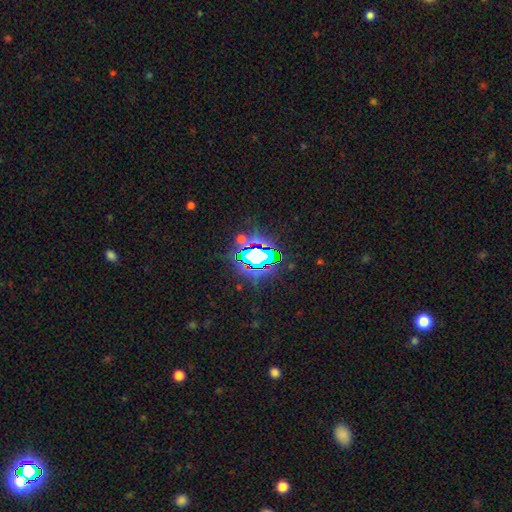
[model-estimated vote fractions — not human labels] smooth-or-featured: star or artifact: 68% | smooth: 18% | featured or disk: 14%